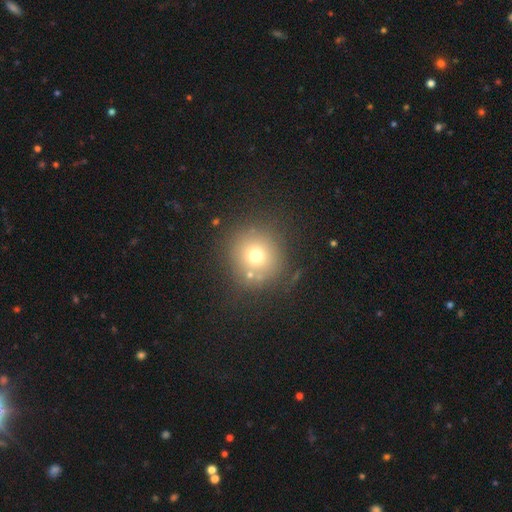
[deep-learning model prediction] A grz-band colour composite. It shows a smooth galaxy with no disk features (70%) that is round (93%). Merging: none (78%).